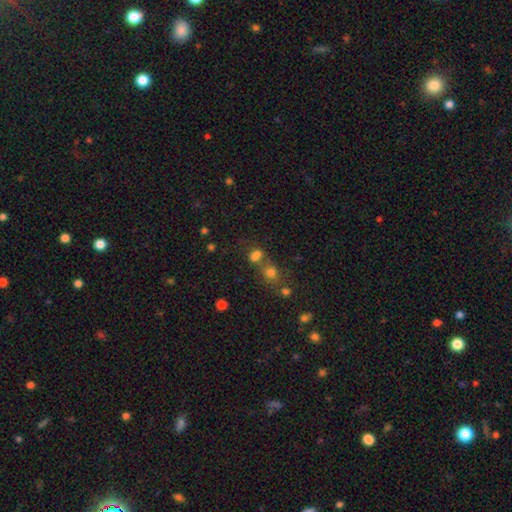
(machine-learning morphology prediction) smooth_or_featured: smooth (p=0.72) [alt: star or artifact p=0.20]
how_rounded: in between (p=0.59) [alt: round p=0.39]
merging: none (p=0.45) [alt: merger p=0.37]